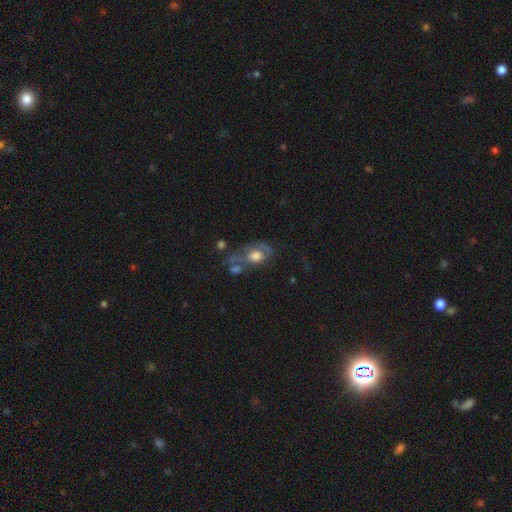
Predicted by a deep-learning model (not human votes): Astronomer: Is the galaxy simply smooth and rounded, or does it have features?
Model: featured or disk — 46% (runner-up: smooth, 43%).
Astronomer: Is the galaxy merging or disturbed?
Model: major disturbance — 30% (runner-up: none, 29%).